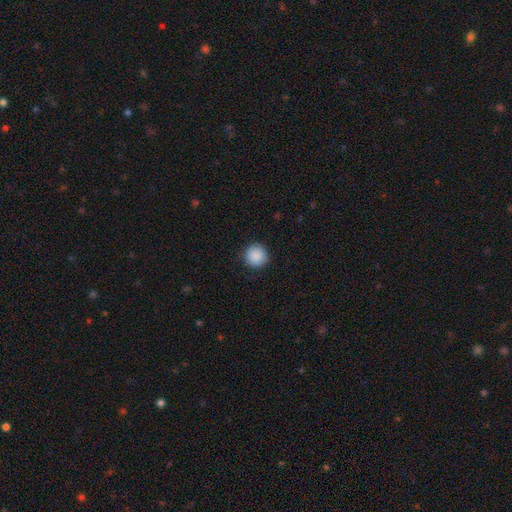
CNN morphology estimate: smooth_or_featured: smooth (p=0.89) [alt: star or artifact p=0.08]
how_rounded: round (p=0.96) [alt: in between p=0.03]
merging: none (p=0.91) [alt: minor disturbance p=0.06]